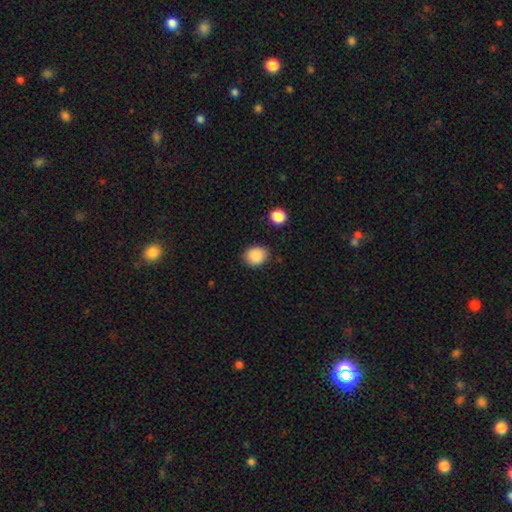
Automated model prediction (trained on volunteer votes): Q: Smooth or featured?
A: smooth (88%); runner-up: star or artifact (9%)
Q: How rounded?
A: round (67%); runner-up: in between (32%)
Q: Merging?
A: none (84%); runner-up: minor disturbance (12%)